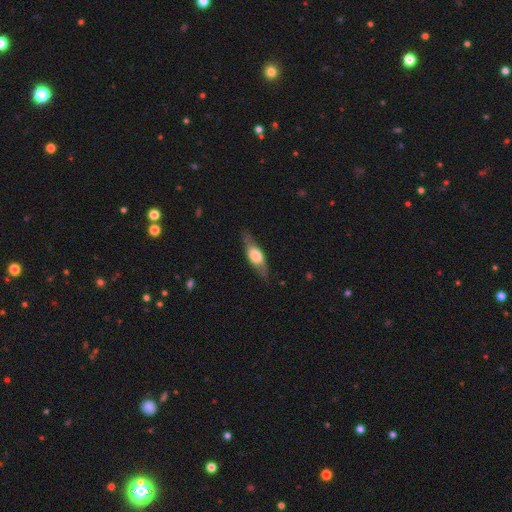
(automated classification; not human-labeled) A smooth galaxy with no disk features (49%).

Vote fractions:
- Smooth or featured? smooth: 49% / featured or disk: 45% / star or artifact: 6%
- Merging? none: 79% / minor disturbance: 14% / major disturbance: 5% / merger: 1%